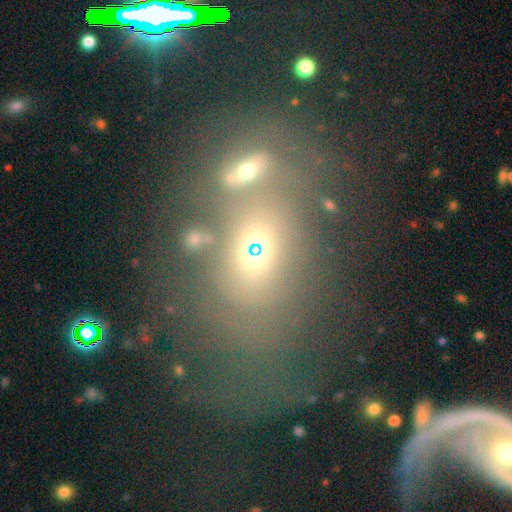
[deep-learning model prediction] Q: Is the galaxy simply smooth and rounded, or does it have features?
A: smooth — 59%.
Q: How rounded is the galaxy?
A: in between — 59%.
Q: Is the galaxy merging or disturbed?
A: none — 48%.